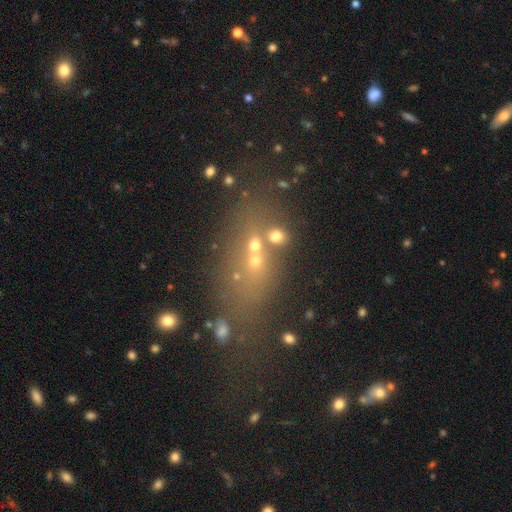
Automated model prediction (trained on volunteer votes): smooth-or-featured: star or artifact: 38% | smooth: 36% | featured or disk: 26%